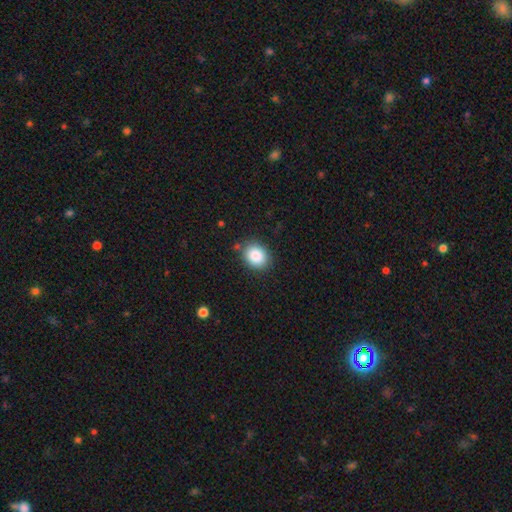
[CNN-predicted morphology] Q: Smooth or featured?
A: smooth (87%); runner-up: star or artifact (8%)
Q: How rounded?
A: round (54%); runner-up: in between (45%)
Q: Merging?
A: none (83%); runner-up: minor disturbance (11%)